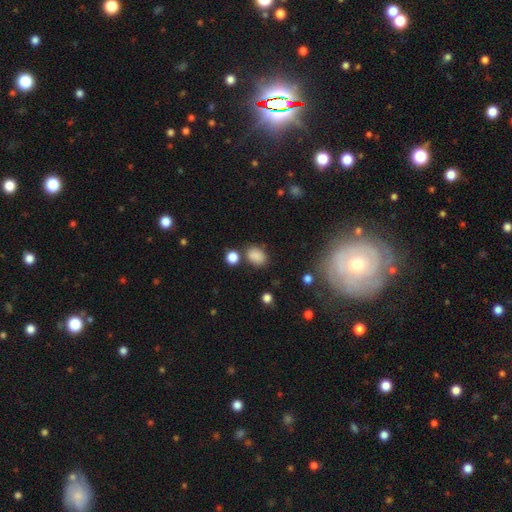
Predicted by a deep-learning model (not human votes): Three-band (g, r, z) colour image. It shows a smooth galaxy with no disk features (84%) that is in between round and cigar-shaped (74%). Merging: none (72%).